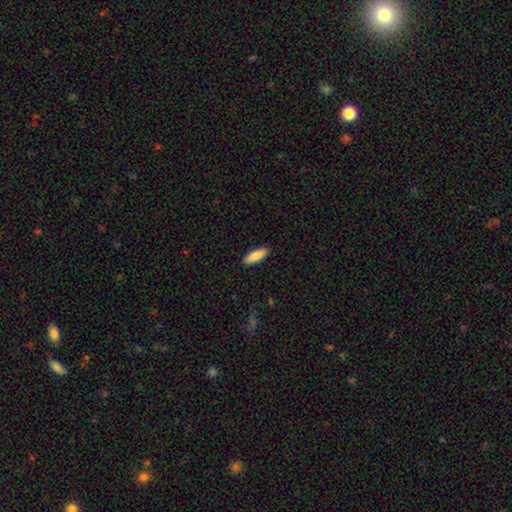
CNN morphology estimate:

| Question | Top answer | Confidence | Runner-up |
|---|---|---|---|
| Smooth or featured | smooth | 84% | featured or disk (10%) |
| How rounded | in between | 58% | cigar-shaped (40%) |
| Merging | none | 90% | minor disturbance (8%) |